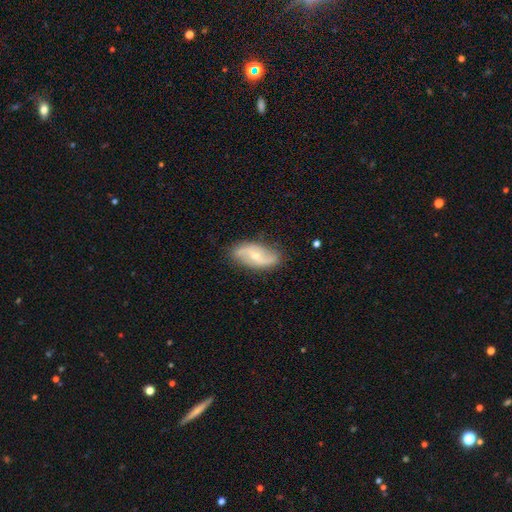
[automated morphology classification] A featured or disk galaxy (75%) with a weak bar (44%), 2 (90%) loose (65%) spiral arms (92%) and a small central bulge (53%).

Vote fractions:
- Smooth or featured? featured or disk: 75% / smooth: 19% / star or artifact: 6%
- Edge-on disk? no: 94% / yes: 6%
- Bar? weak: 44% / no: 40% / strong: 16%
- Spiral arms? yes: 92% / no: 8%
- Spiral winding? loose: 65% / medium: 26% / tight: 9%
- Spiral arm count? 2: 90% / can't tell: 5% / 1: 2% / 3: 1% / 4: 1% / more than 4: 1%
- Bulge size? small: 53% / moderate: 42% / none: 2% / large: 2% / dominant: 1%
- Merging? none: 81% / minor disturbance: 15% / major disturbance: 3% / merger: 1%